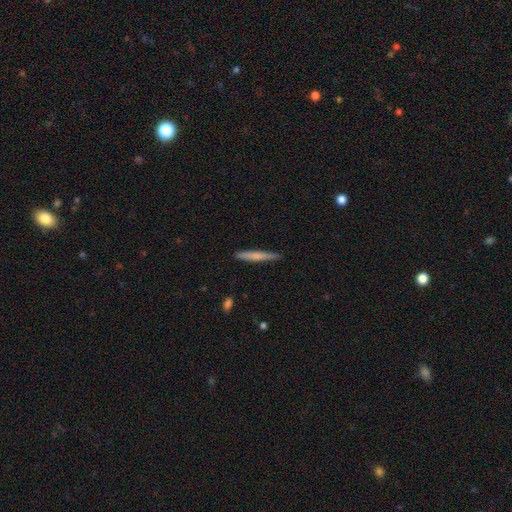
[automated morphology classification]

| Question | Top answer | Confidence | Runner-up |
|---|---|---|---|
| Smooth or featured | smooth | 66% | featured or disk (28%) |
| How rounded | cigar-shaped | 96% | in between (3%) |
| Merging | none | 88% | minor disturbance (9%) |